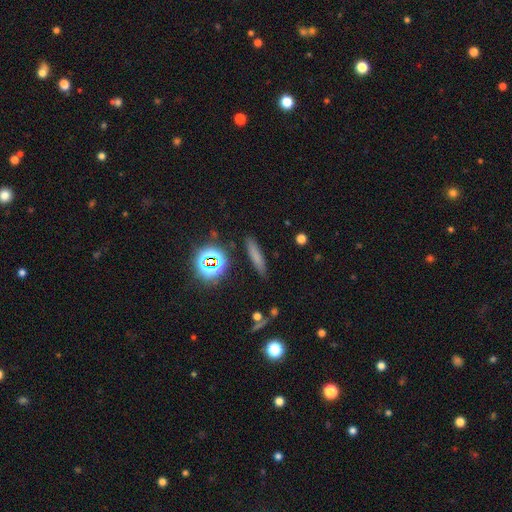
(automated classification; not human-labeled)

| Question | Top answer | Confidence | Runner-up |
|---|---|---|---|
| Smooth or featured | smooth | 68% | star or artifact (17%) |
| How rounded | cigar-shaped | 84% | in between (11%) |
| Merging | none | 86% | minor disturbance (9%) |